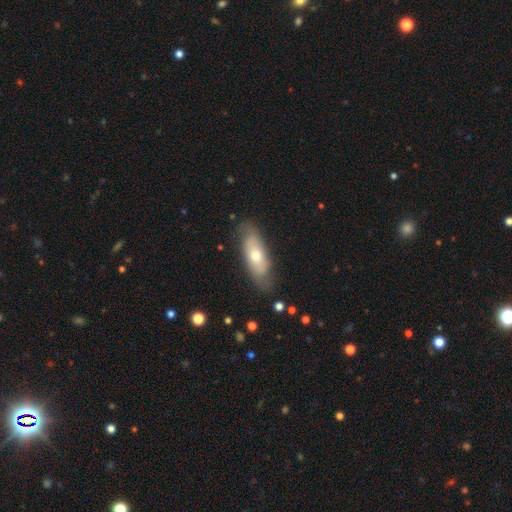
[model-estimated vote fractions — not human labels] Q: Smooth or featured?
A: smooth (52%); runner-up: featured or disk (41%)
Q: How rounded?
A: in between (69%); runner-up: cigar-shaped (29%)
Q: Merging?
A: none (76%); runner-up: minor disturbance (18%)